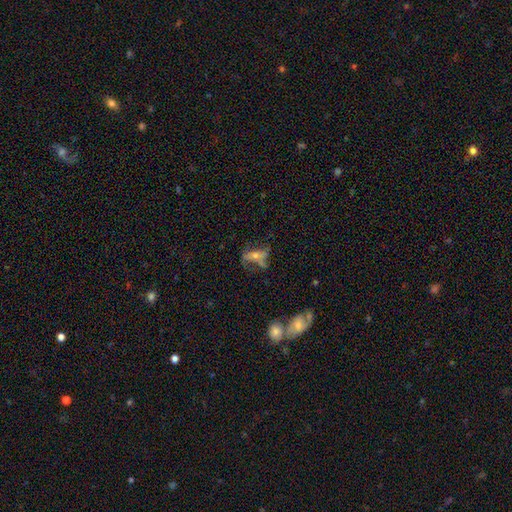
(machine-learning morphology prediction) featured or disk 61%, smooth 22%, star or artifact 17%. Down the decision tree: edge-on disk — no (78%); merging — none (47%).